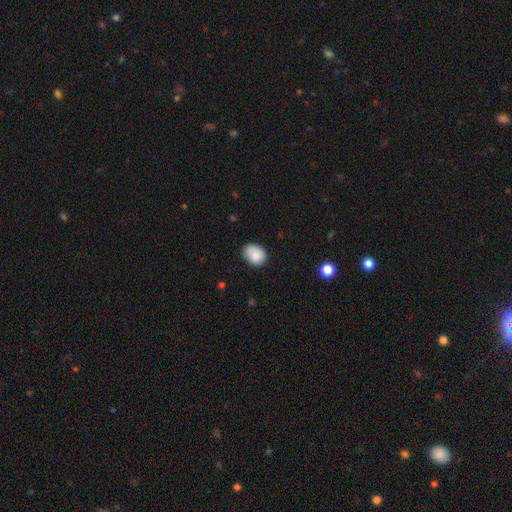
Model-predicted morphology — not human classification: smooth 83%, featured or disk 9%, star or artifact 8%. Down the decision tree: how rounded — in between (55%); merging — none (67%).